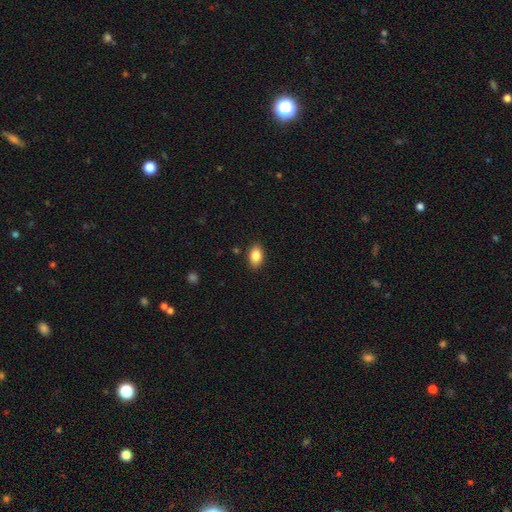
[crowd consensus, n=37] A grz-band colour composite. It shows a smooth galaxy with no disk features (97%) that is in between round and cigar-shaped (86%). Merging: none (89%).